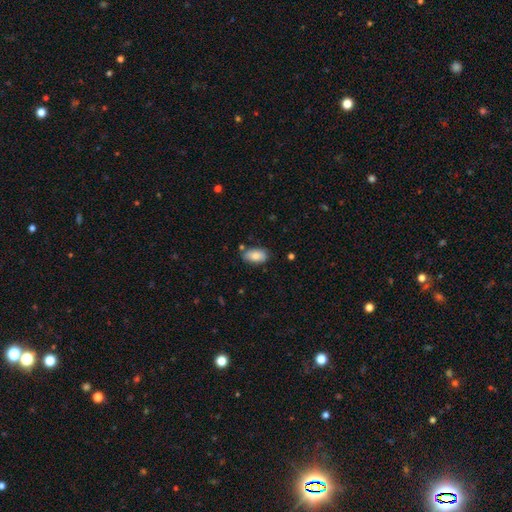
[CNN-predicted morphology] smooth-or-featured: smooth: 80% | featured or disk: 13% | star or artifact: 7%
  how-rounded: in between: 93% | round: 4% | cigar-shaped: 3%
  merging: none: 77% | minor disturbance: 16% | merger: 4% | major disturbance: 3%